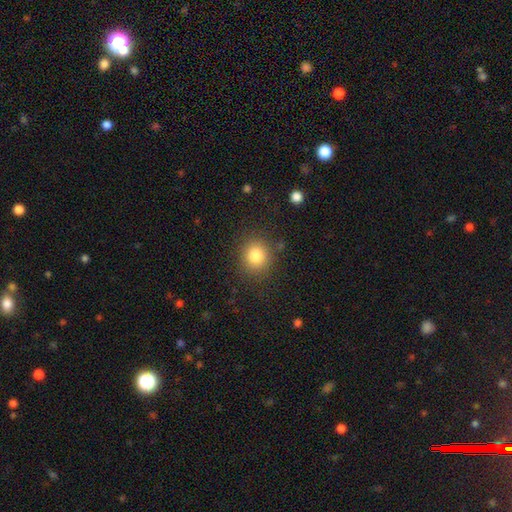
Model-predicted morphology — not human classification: Smooth or featured: smooth — 83% (star or artifact — 11%)
How rounded: round — 80% (in between — 19%)
Merging: none — 84% (minor disturbance — 10%)